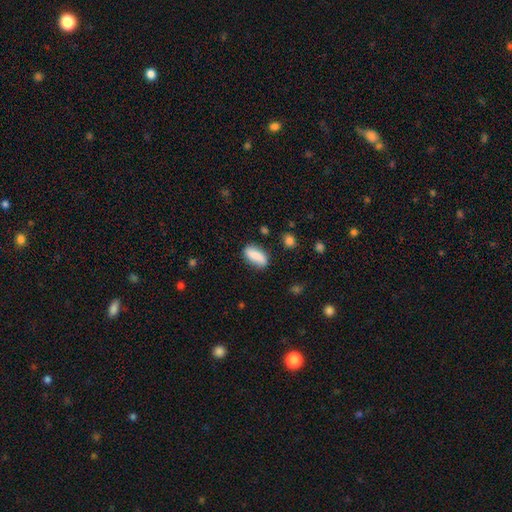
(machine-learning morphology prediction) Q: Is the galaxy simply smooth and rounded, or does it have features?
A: smooth — 79%.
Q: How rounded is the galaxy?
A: in between — 84%.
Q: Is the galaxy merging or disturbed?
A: none — 74%.